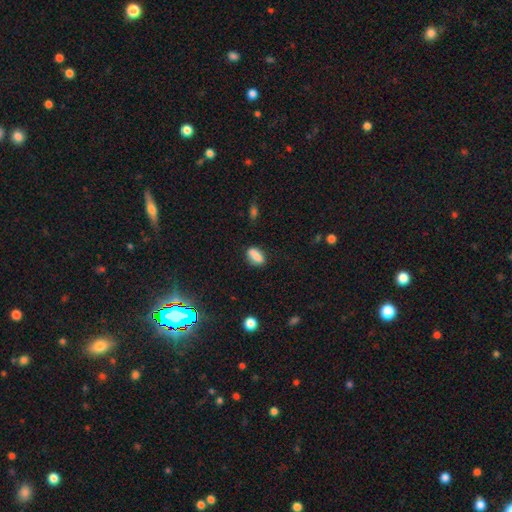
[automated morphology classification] Smooth or featured?
  - smooth: 81% *
  - featured or disk: 10%
  - star or artifact: 9%
How rounded?
  - in between: 82% *
  - cigar-shaped: 11%
  - round: 7%
Merging?
  - none: 76% *
  - minor disturbance: 16%
  - merger: 4%
  - major disturbance: 4%